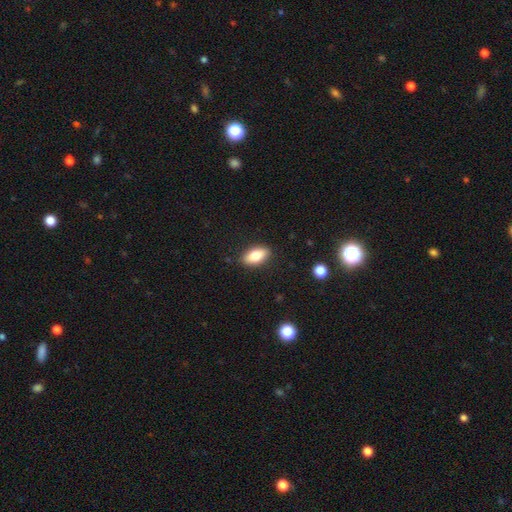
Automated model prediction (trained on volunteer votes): A smooth galaxy with no disk features (77%) that is in between round and cigar-shaped (88%).

Vote fractions:
- Smooth or featured? smooth: 77% / featured or disk: 15% / star or artifact: 7%
- How rounded? in between: 88% / cigar-shaped: 8% / round: 4%
- Merging? none: 88% / minor disturbance: 9% / major disturbance: 2% / merger: 1%